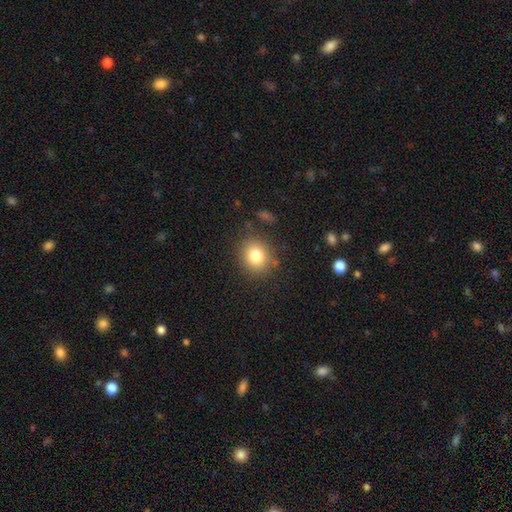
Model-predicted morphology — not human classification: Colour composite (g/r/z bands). It shows a smooth galaxy with no disk features (80%) that is round (76%). Merging: none (84%).